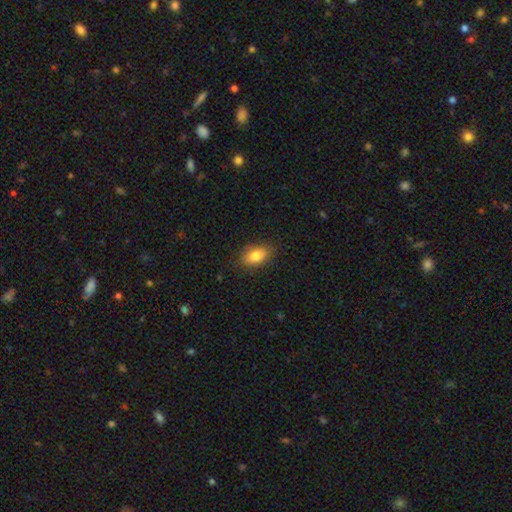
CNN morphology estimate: Q: Smooth or featured?
A: smooth (82%); runner-up: featured or disk (10%)
Q: How rounded?
A: in between (88%); runner-up: round (8%)
Q: Merging?
A: none (83%); runner-up: minor disturbance (13%)